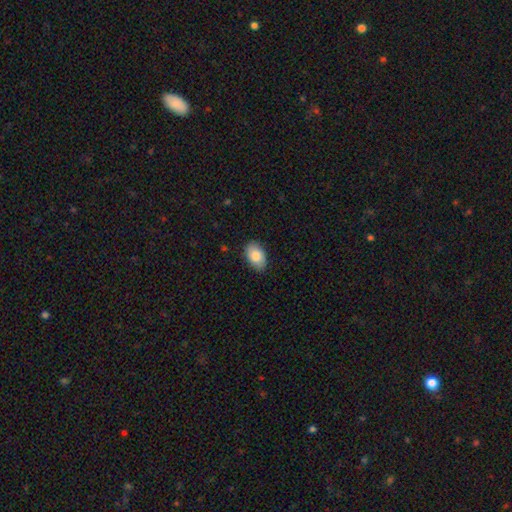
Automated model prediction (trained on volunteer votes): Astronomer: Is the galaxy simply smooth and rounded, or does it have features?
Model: smooth — 84%.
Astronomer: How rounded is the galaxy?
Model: in between — 91%.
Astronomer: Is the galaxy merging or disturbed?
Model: none — 85%.